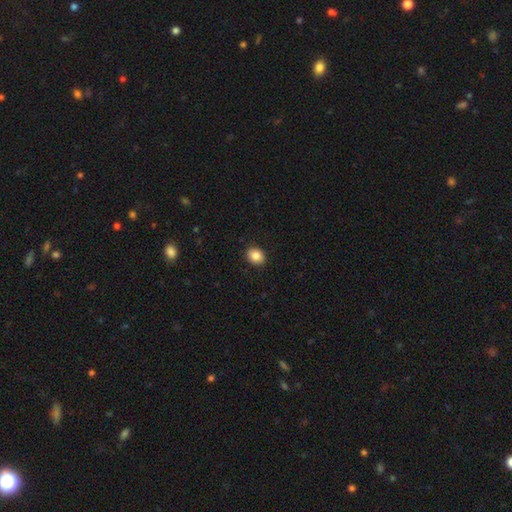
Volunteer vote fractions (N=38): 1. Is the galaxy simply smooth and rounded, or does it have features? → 82% smooth, 13% featured or disk, 5% star or artifact.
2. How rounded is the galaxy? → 55% in between, 45% round, 0% cigar-shaped.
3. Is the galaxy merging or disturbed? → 97% none, 3% minor disturbance, 0% major disturbance, 0% merger.